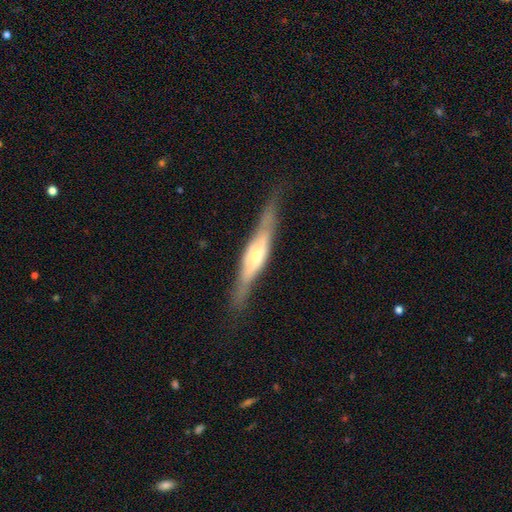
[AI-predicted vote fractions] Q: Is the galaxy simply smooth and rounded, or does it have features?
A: featured or disk — 72%.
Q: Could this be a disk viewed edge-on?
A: yes — 93%.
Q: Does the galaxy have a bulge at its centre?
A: rounded — 72%.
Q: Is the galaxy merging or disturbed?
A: none — 80%.